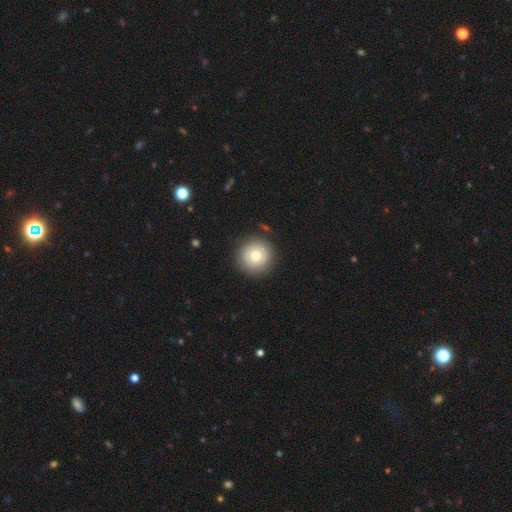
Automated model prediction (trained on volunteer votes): Q: Smooth or featured?
A: smooth (74%); runner-up: featured or disk (17%)
Q: How rounded?
A: round (95%); runner-up: in between (4%)
Q: Merging?
A: none (87%); runner-up: minor disturbance (8%)